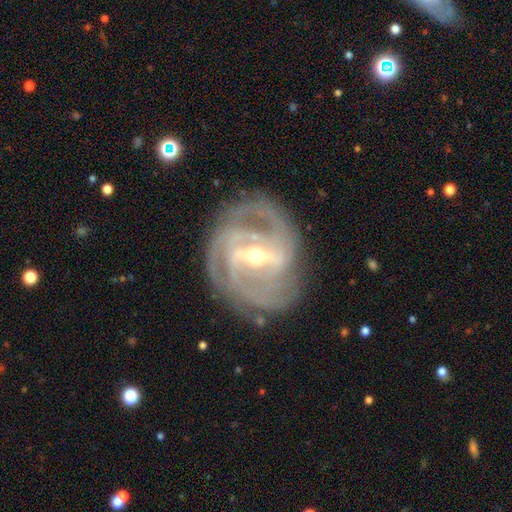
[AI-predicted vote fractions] The model was most divided on "spiral arm count": 3: 30%, 2: 25%, can't tell: 17%, 4: 17%, more than 4: 6%, 1: 5%. More confident: spiral arms — yes (97%); edge-on disk — no (96%); smooth or featured — featured or disk (91%); merging — none (77%); bar — strong (65%); spiral winding — tight (58%); bulge size — small (51%).